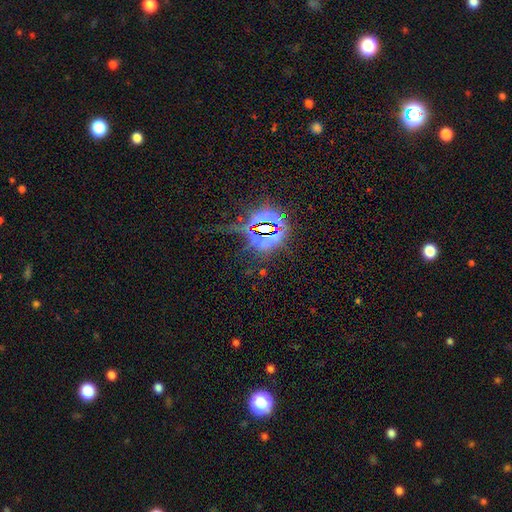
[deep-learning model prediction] Smooth or featured: star or artifact — 84% (smooth — 9%)